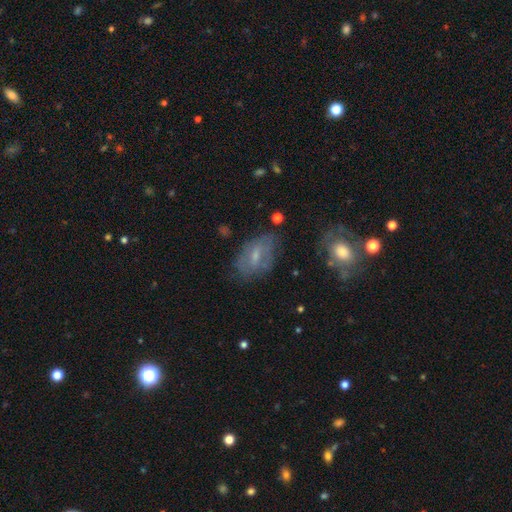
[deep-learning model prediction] This is possibly a featured or disk galaxy (50%). Merging: likely none (65%).